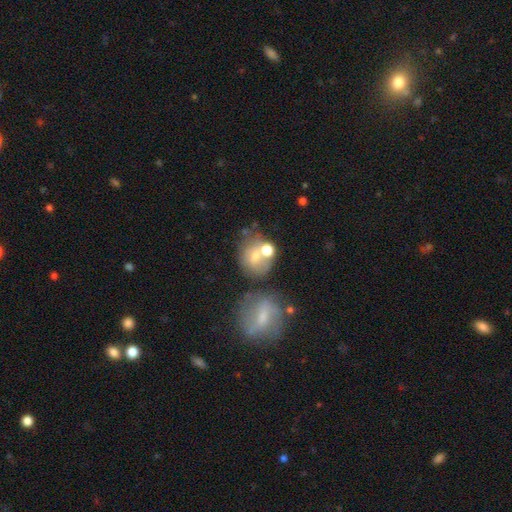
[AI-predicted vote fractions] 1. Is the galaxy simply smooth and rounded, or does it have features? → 60% smooth, 28% featured or disk, 12% star or artifact.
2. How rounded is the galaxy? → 74% round, 25% in between, 1% cigar-shaped.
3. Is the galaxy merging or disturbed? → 39% none, 37% merger, 14% minor disturbance, 10% major disturbance.